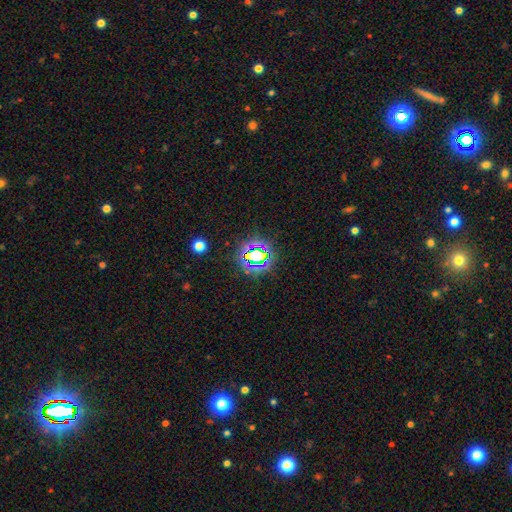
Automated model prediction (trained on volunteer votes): This is likely a star or artifact rather than a galaxy (63%).